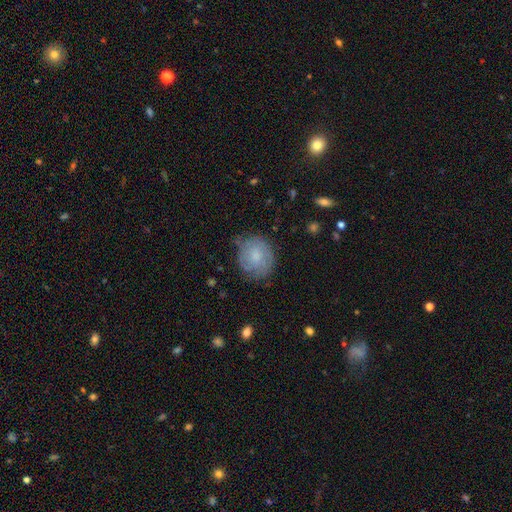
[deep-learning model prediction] smooth_or_featured: smooth (p=0.54) [alt: featured or disk p=0.38]
how_rounded: round (p=0.71) [alt: in between p=0.28]
merging: none (p=0.66) [alt: minor disturbance p=0.25]